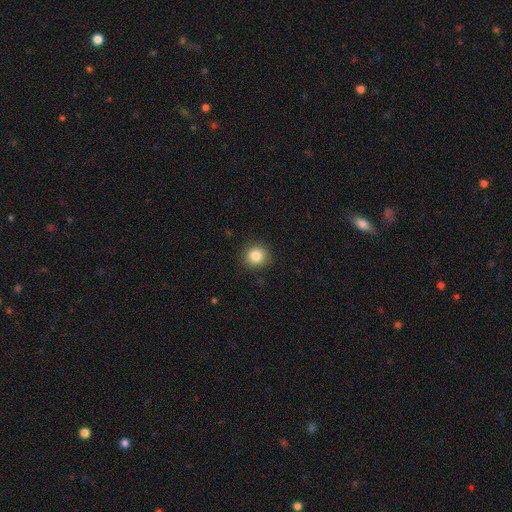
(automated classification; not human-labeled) Q: Smooth or featured?
A: smooth (85%); runner-up: star or artifact (10%)
Q: How rounded?
A: round (89%); runner-up: in between (10%)
Q: Merging?
A: none (90%); runner-up: minor disturbance (7%)